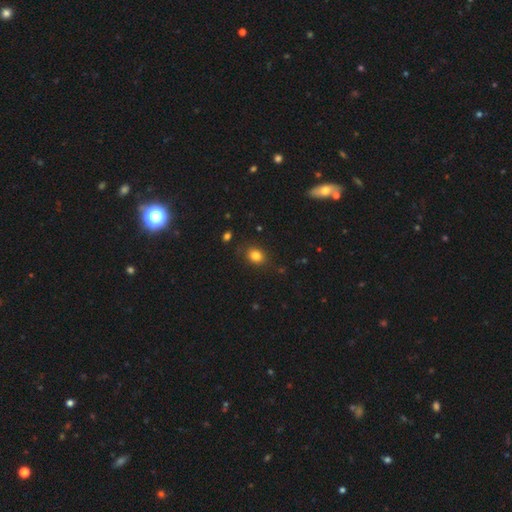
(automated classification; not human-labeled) This is clearly a smooth galaxy (83%). How rounded: possibly round (54%). Merging: clearly none (83%).